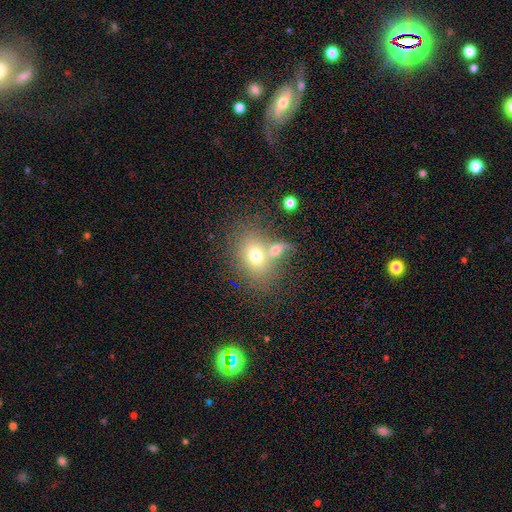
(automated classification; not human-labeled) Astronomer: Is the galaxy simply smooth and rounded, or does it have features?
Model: smooth — 66%.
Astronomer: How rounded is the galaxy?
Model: in between — 57% (runner-up: round, 41%).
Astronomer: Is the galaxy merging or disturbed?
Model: merger — 41%, tied with none at 41%.